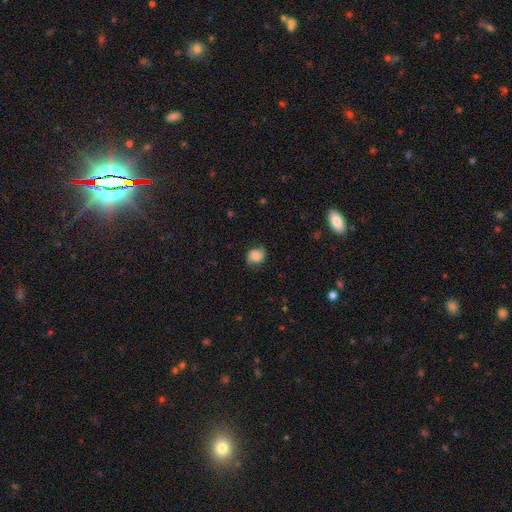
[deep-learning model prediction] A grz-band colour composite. It shows a smooth galaxy with no disk features (55%) that is round (59%). Merging: none (75%).